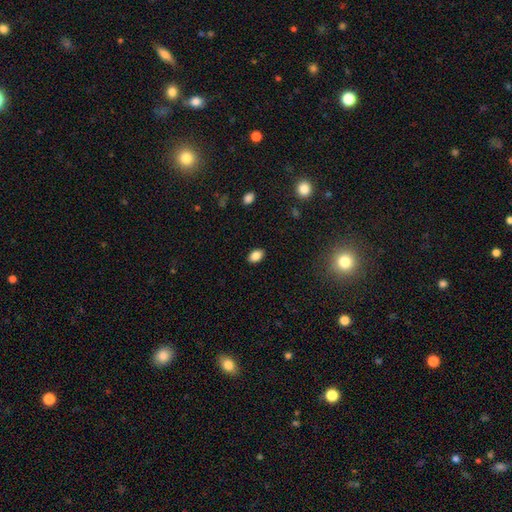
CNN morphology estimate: Smooth or featured: smooth — 85% (star or artifact — 9%)
How rounded: in between — 86% (round — 13%)
Merging: none — 88% (minor disturbance — 9%)